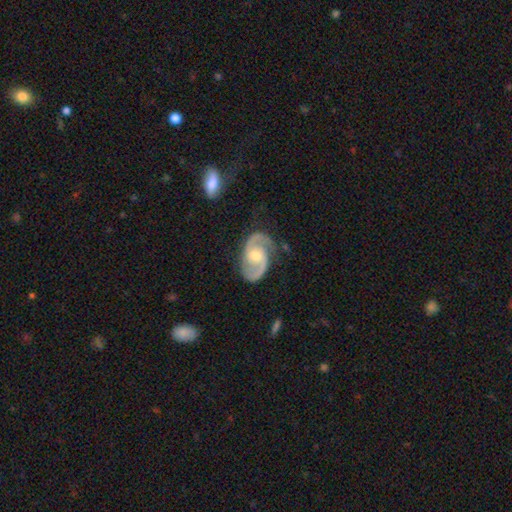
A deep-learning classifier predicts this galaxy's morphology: Smooth or featured?
  - featured or disk: 90% *
  - smooth: 6%
  - star or artifact: 4%
Edge-on disk?
  - no: 98% *
  - yes: 2%
Bar?
  - no: 55% *
  - weak: 37%
  - strong: 9%
Spiral arms?
  - yes: 97% *
  - no: 3%
Spiral winding?
  - medium: 58% *
  - loose: 21%
  - tight: 21%
Spiral arm count?
  - 2: 93% *
  - can't tell: 2%
  - 1: 2%
  - 3: 1%
  - 4: 1%
  - more than 4: 1%
Bulge size?
  - moderate: 61% *
  - small: 33%
  - large: 3%
  - none: 2%
  - dominant: 1%
Merging?
  - none: 78% *
  - minor disturbance: 15%
  - major disturbance: 5%
  - merger: 2%